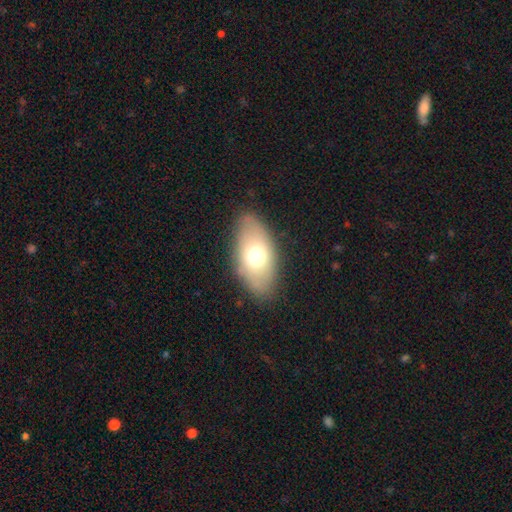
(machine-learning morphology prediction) Q: Smooth or featured?
A: smooth (65%); runner-up: featured or disk (26%)
Q: How rounded?
A: in between (89%); runner-up: round (8%)
Q: Merging?
A: none (82%); runner-up: minor disturbance (12%)